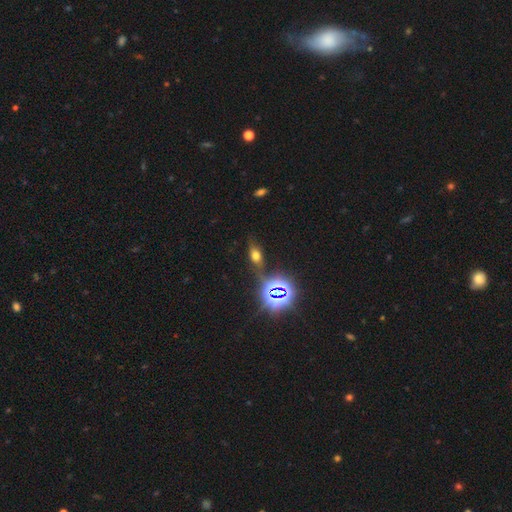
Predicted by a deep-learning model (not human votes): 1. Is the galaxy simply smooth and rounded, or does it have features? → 44% smooth, 33% star or artifact, 22% featured or disk.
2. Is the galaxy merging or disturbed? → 74% none, 15% minor disturbance, 6% major disturbance, 5% merger.